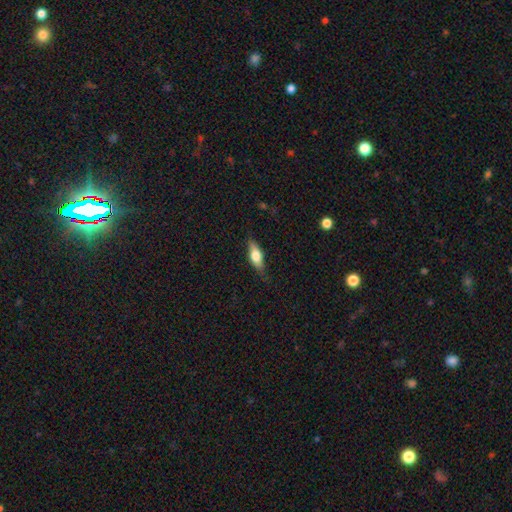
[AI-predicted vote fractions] Overall: smooth (63%; featured or disk 31%). How rounded: in between (64%; cigar-shaped 33%). Merging: none (77%).